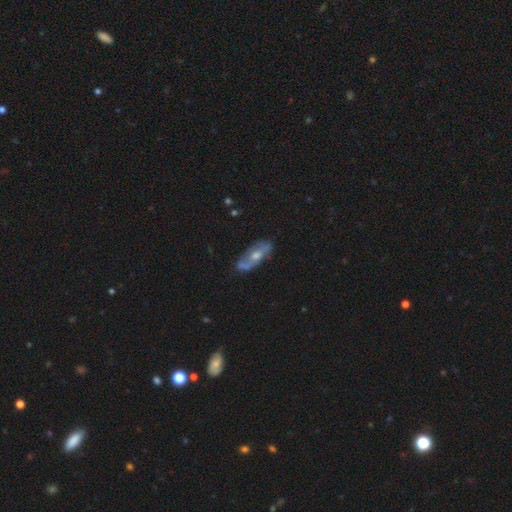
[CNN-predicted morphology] Smooth or featured? featured or disk (67%)
Edge-on disk? no (79%)
Bar? no (59%)
Spiral arms? yes (67%)
Bulge size? moderate (66%)
Merging? none (72%)